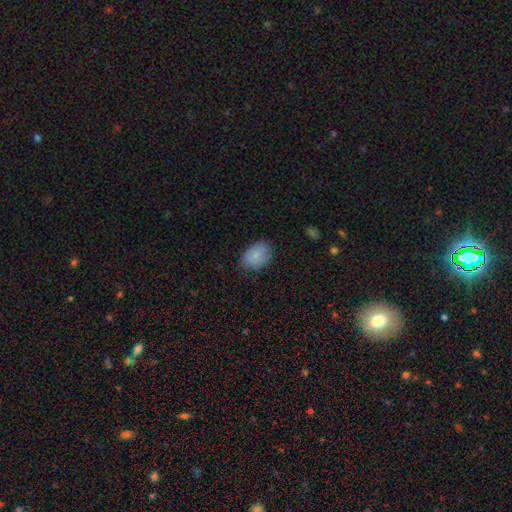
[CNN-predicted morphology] smooth_or_featured: smooth (p=0.84) [alt: featured or disk p=0.09]
how_rounded: in between (p=0.78) [alt: round p=0.21]
merging: none (p=0.74) [alt: minor disturbance p=0.20]